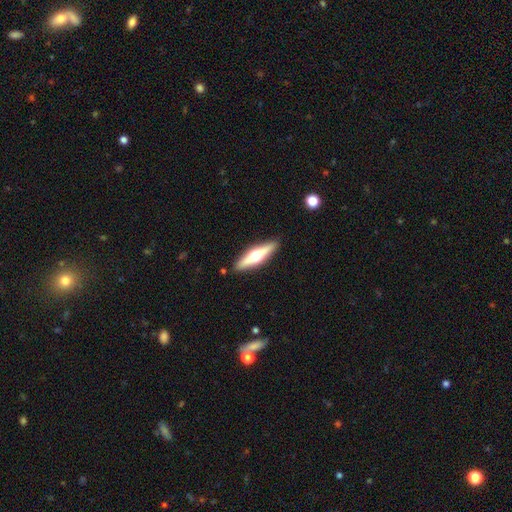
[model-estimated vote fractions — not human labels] Overall: featured or disk (63%; smooth 31%). Edge-on disk: yes (96%). Edge-on bulge: rounded (94%). Merging: none (90%).